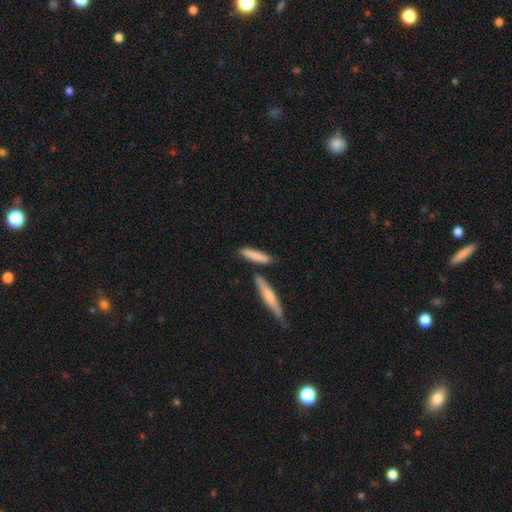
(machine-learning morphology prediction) smooth 80%, featured or disk 15%, star or artifact 6%. Down the decision tree: how rounded — cigar-shaped (80%); merging — none (75%).